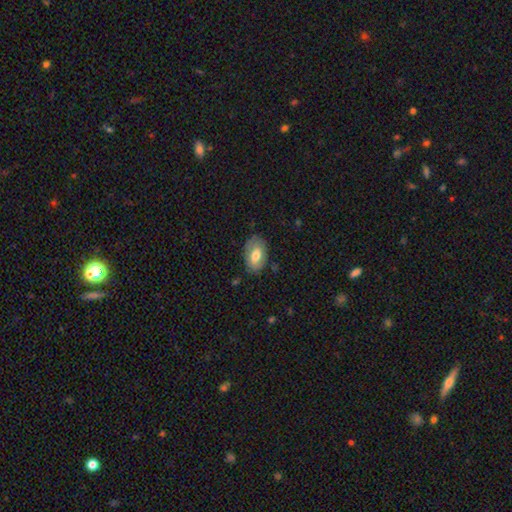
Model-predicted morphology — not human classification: This is likely a smooth galaxy (69%). How rounded: clearly in between (91%). Merging: likely none (76%).